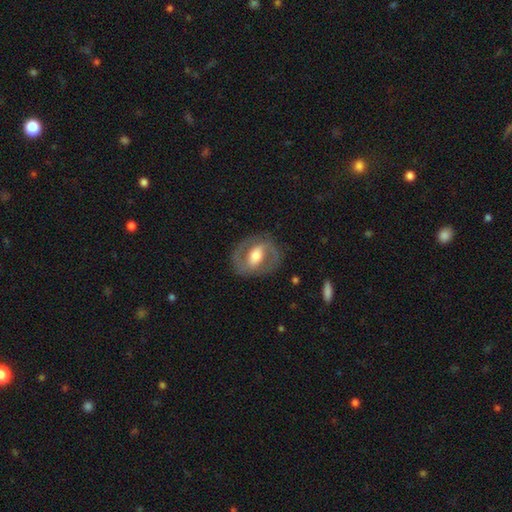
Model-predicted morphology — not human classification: A featured or disk galaxy (73%) with a strong bar (40%), 2 (87%) medium (51%) spiral arms (72%) and a moderate central bulge (61%). Merging: none (80%).